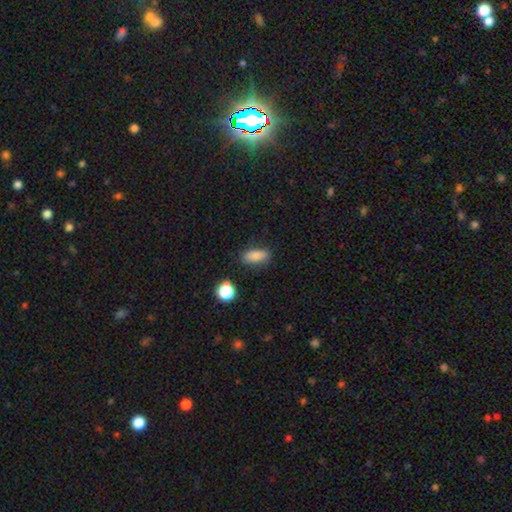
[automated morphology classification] This appears to be a smooth galaxy with no disk features (81%) that is in between round and cigar-shaped (84%). Merging: none (80%).